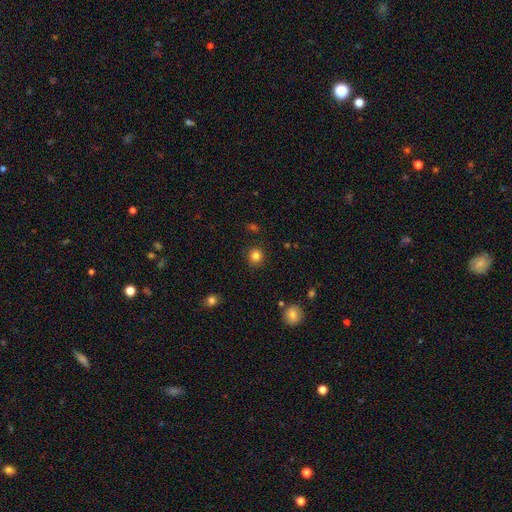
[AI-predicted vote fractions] Q: Smooth or featured?
A: smooth (83%); runner-up: star or artifact (12%)
Q: How rounded?
A: round (90%); runner-up: in between (9%)
Q: Merging?
A: none (89%); runner-up: minor disturbance (7%)